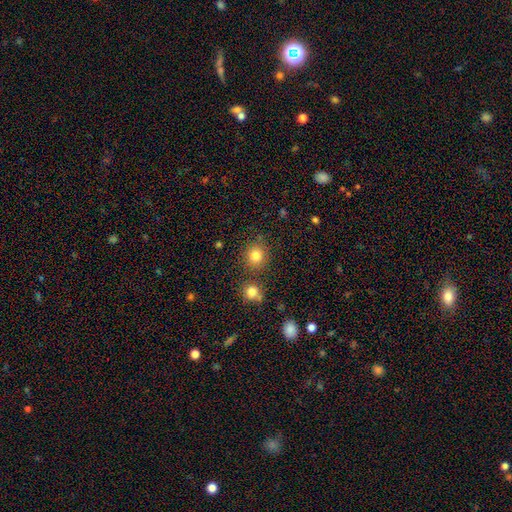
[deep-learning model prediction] Smooth or featured? Predicted: smooth (p=0.82). How rounded? Predicted: round (p=0.87). Merging? Predicted: none (p=0.79).